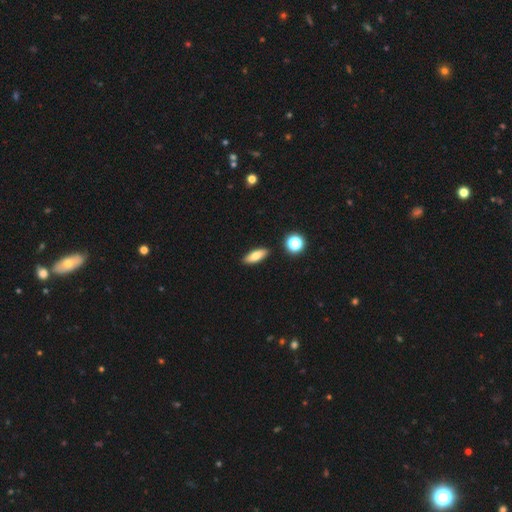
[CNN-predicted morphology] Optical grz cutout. It shows a smooth galaxy with no disk features (75%) that is in between round and cigar-shaped (68%). Merging: none (89%).